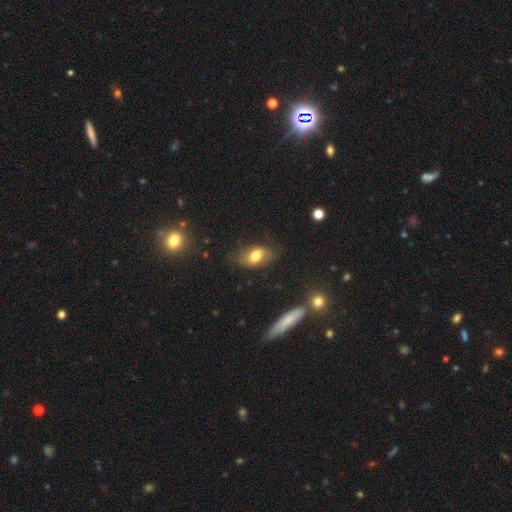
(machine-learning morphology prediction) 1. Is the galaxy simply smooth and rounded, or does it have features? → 71% smooth, 21% featured or disk, 9% star or artifact.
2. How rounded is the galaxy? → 87% in between, 10% round, 2% cigar-shaped.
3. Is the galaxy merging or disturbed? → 69% none, 21% minor disturbance, 8% major disturbance, 2% merger.